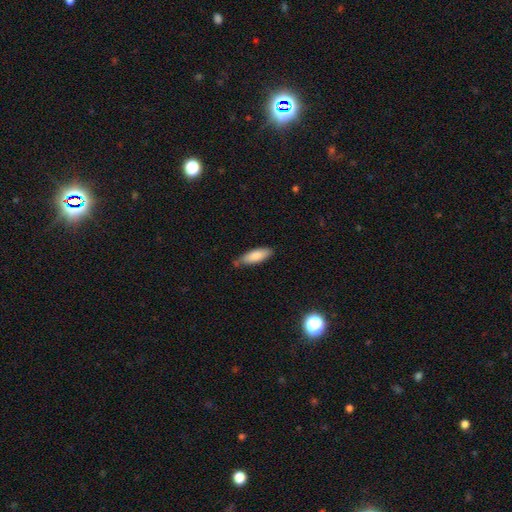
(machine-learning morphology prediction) Smooth or featured?
  - smooth: 84% *
  - featured or disk: 10%
  - star or artifact: 6%
How rounded?
  - in between: 58% *
  - cigar-shaped: 41%
  - round: 2%
Merging?
  - none: 66% *
  - minor disturbance: 26%
  - major disturbance: 4%
  - merger: 3%